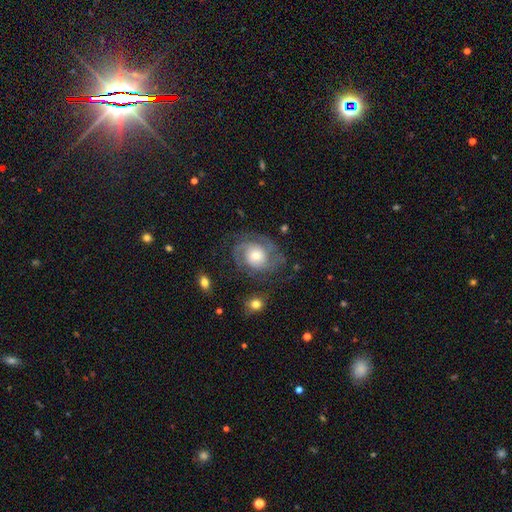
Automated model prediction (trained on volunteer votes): featured or disk 79%, smooth 15%, star or artifact 6%. Down the decision tree: edge-on disk — no (98%); bar — no (77%); spiral arms — yes (93%); spiral arm count — 2 (45%); spiral winding — tight (51%); bulge size — moderate (51%); merging — none (66%).